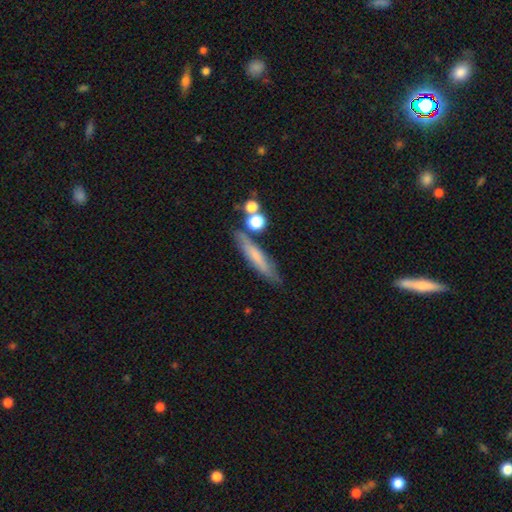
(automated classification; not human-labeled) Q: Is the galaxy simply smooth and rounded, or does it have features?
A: smooth — 58%.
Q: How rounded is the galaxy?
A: cigar-shaped — 85%.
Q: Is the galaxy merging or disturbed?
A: none — 72%.